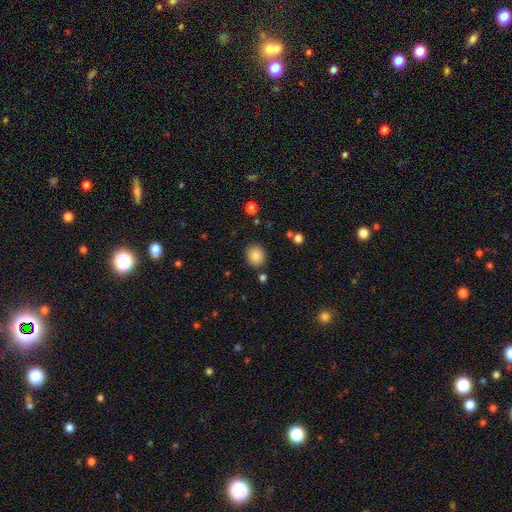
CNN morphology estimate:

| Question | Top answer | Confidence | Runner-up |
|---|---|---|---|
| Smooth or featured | smooth | 84% | star or artifact (9%) |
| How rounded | round | 75% | in between (24%) |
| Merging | none | 86% | minor disturbance (9%) |